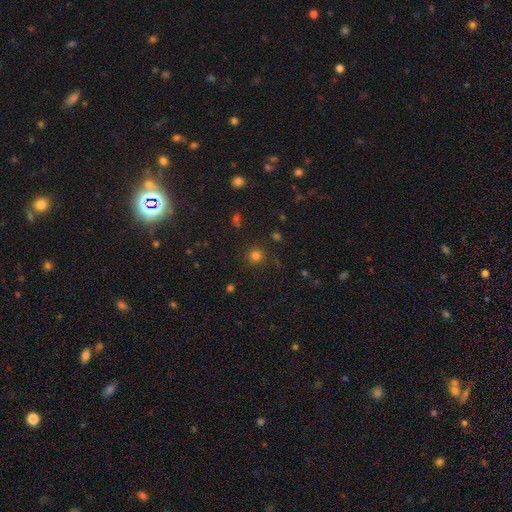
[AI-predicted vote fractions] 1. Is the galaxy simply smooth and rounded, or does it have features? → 77% smooth, 18% star or artifact, 5% featured or disk.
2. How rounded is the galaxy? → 92% round, 7% in between, 1% cigar-shaped.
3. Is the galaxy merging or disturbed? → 86% none, 9% minor disturbance, 3% major disturbance, 2% merger.